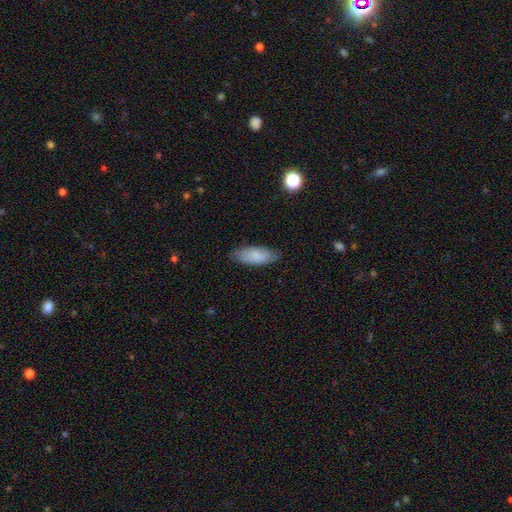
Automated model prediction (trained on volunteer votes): Q: Smooth or featured?
A: smooth (82%); runner-up: featured or disk (12%)
Q: How rounded?
A: in between (79%); runner-up: cigar-shaped (19%)
Q: Merging?
A: none (82%); runner-up: minor disturbance (14%)